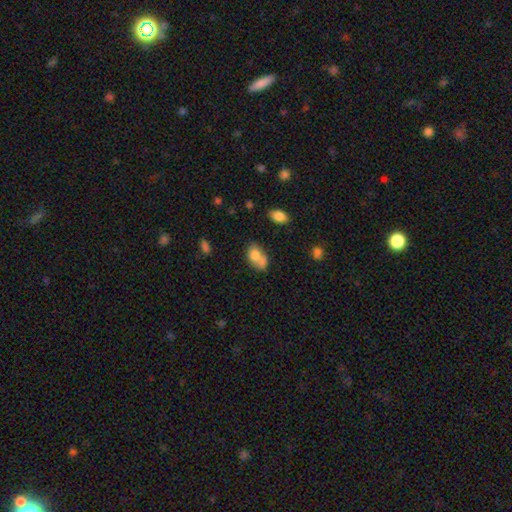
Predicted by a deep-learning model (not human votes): Morphology: type=smooth (72%); roundness=in between (74%); merging=merger (50%).